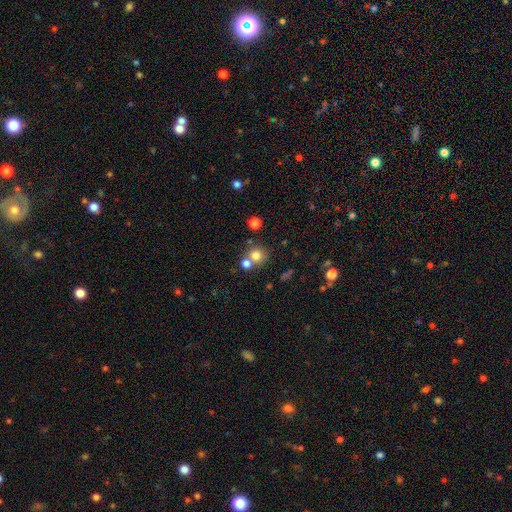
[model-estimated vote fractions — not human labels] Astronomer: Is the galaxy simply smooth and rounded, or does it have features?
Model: smooth — 77%.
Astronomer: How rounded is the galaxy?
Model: round — 87%.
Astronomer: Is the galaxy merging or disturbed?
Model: none — 56% (runner-up: merger, 34%).